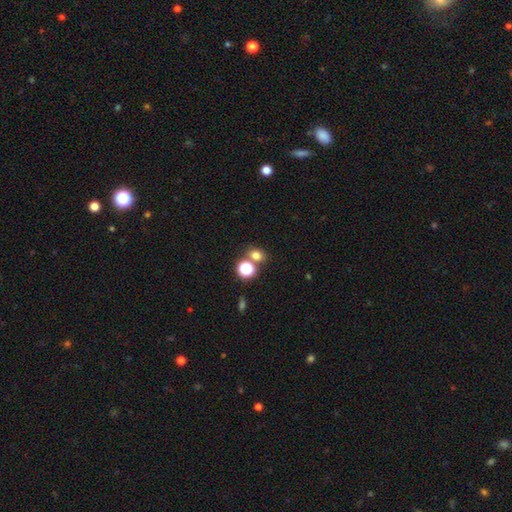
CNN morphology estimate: smooth-or-featured: smooth: 72% | star or artifact: 20% | featured or disk: 8%
  how-rounded: round: 60% | in between: 39% | cigar-shaped: 1%
  merging: none: 63% | merger: 24% | minor disturbance: 9% | major disturbance: 4%